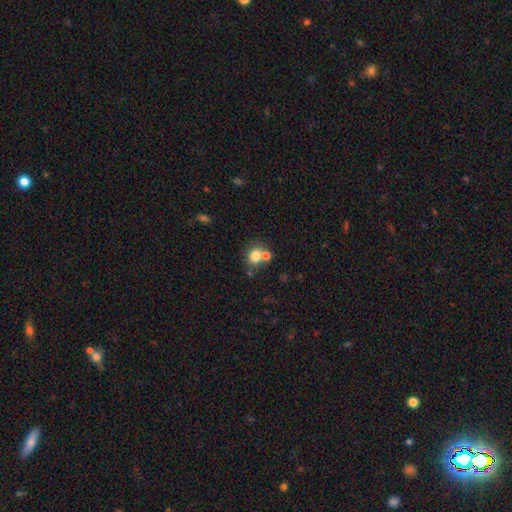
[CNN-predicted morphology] smooth 77%, star or artifact 12%, featured or disk 11%. Down the decision tree: how rounded — round (70%); merging — none (51%).